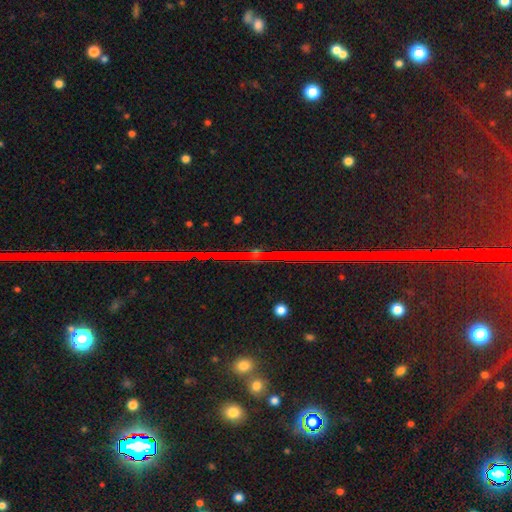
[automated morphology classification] Smooth or featured: star or artifact — 83% (featured or disk — 9%)